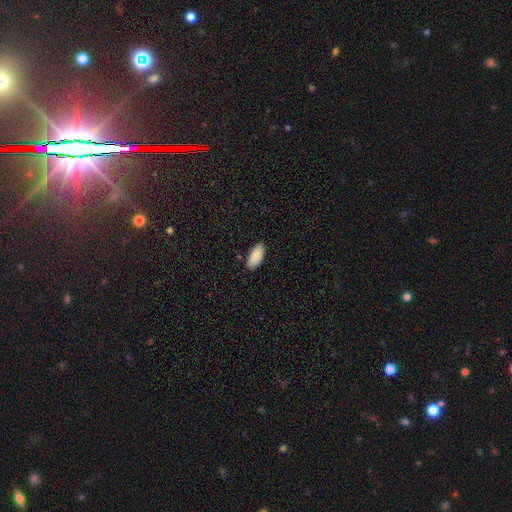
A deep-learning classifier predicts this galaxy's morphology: smooth 89%, star or artifact 6%, featured or disk 5%. Down the decision tree: how rounded — in between (91%); merging — none (88%).